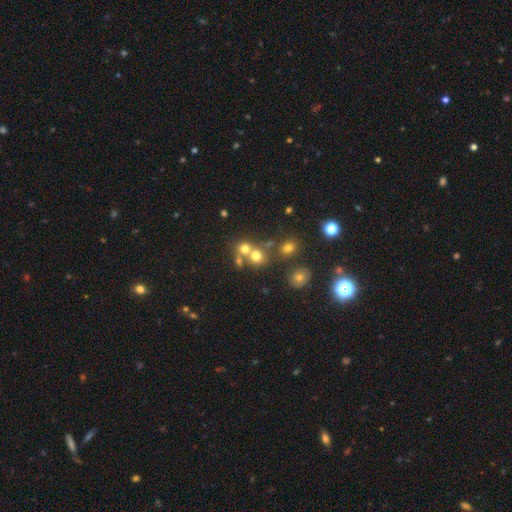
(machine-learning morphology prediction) Q: Smooth or featured?
A: smooth (68%); runner-up: star or artifact (19%)
Q: How rounded?
A: round (83%); runner-up: in between (16%)
Q: Merging?
A: none (47%); runner-up: merger (42%)